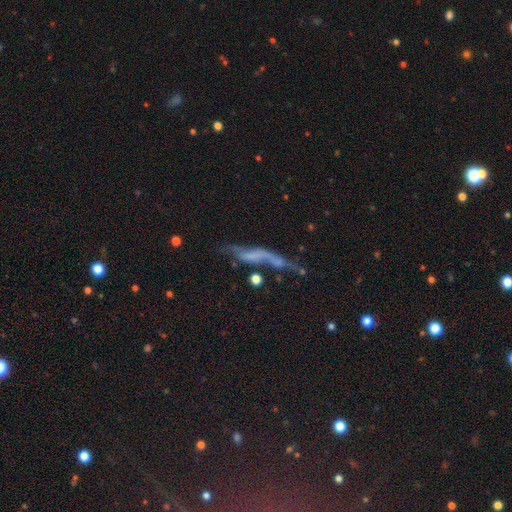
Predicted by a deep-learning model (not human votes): smooth_or_featured: featured or disk (p=0.54) [alt: smooth p=0.32]
disk_edge_on: no (p=0.66) [alt: yes p=0.34]
merging: major disturbance (p=0.33) [alt: none p=0.28]